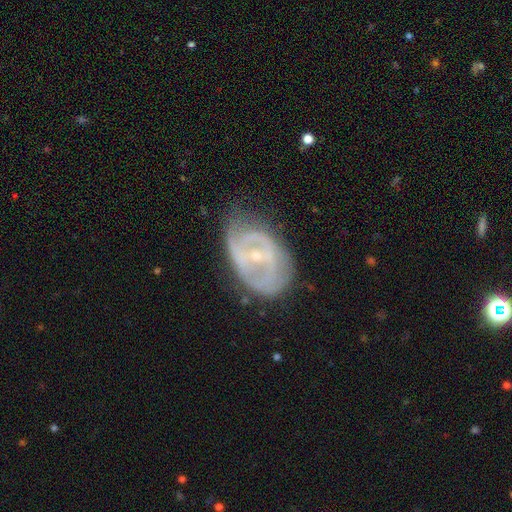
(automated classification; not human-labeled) Morphology: type=featured or disk (78%); edge-on=no (95%); bar=weak (41%); spiral arms=yes (69%); winding=tight (45%); arm count=2 (46%); bulge=small (75%); merging=none (51%).